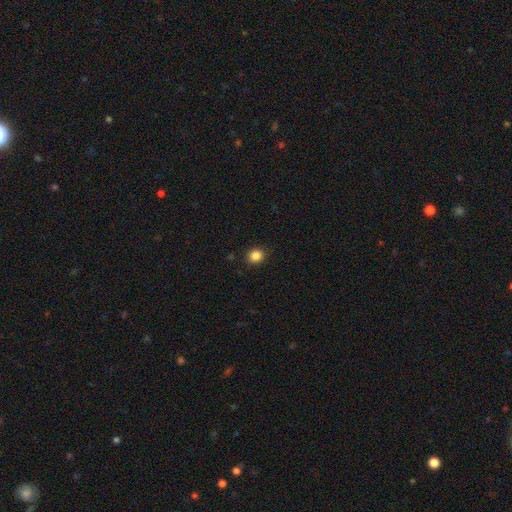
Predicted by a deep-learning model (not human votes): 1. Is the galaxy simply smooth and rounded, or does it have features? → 86% smooth, 10% star or artifact, 3% featured or disk.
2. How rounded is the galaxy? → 72% round, 27% in between, 1% cigar-shaped.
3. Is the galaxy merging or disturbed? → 89% none, 8% minor disturbance, 2% major disturbance, 1% merger.